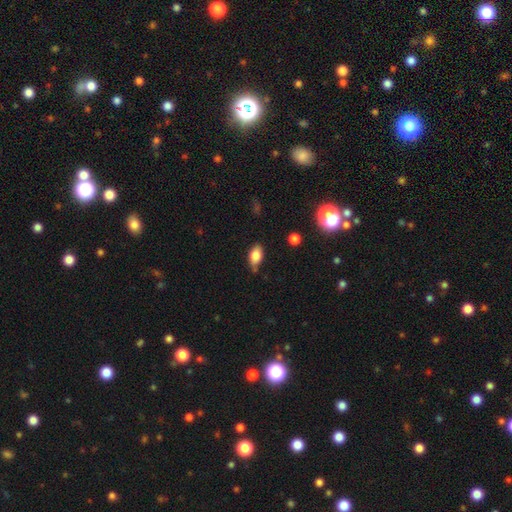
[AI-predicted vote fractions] smooth 79%, featured or disk 12%, star or artifact 9%. Down the decision tree: how rounded — in between (89%); merging — none (68%).